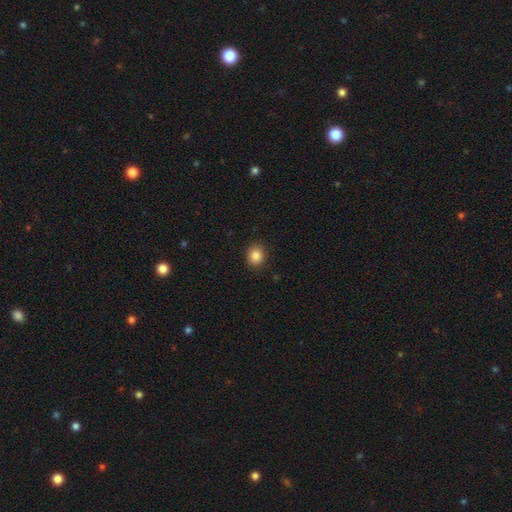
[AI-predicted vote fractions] Smooth or featured?
  - smooth: 86% *
  - star or artifact: 10%
  - featured or disk: 4%
How rounded?
  - round: 71% *
  - in between: 28%
  - cigar-shaped: 1%
Merging?
  - none: 89% *
  - minor disturbance: 8%
  - major disturbance: 2%
  - merger: 1%